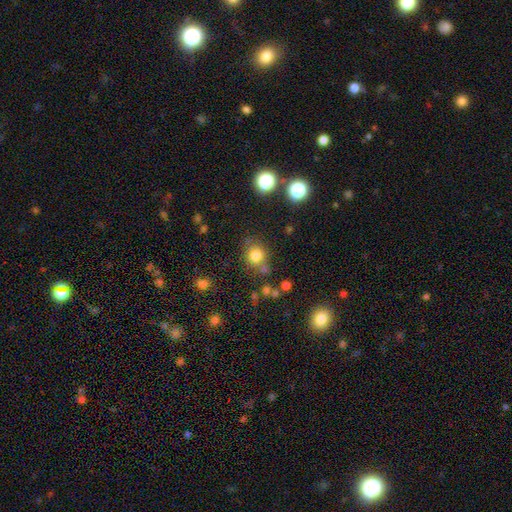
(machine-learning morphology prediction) smooth_or_featured: smooth (p=0.78) [alt: star or artifact p=0.14]
how_rounded: round (p=0.80) [alt: in between p=0.19]
merging: none (p=0.70) [alt: minor disturbance p=0.14]